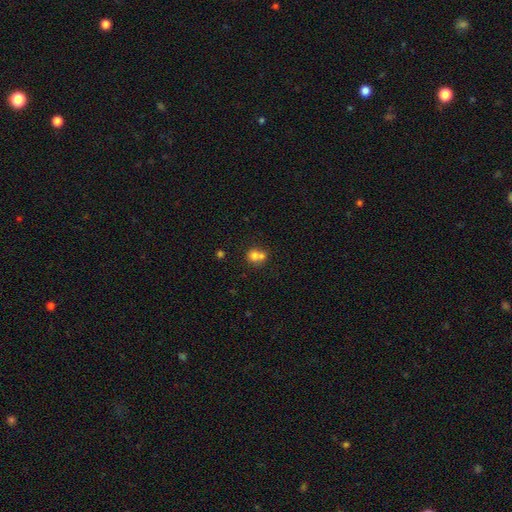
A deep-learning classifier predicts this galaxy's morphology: Smooth or featured?
  - smooth: 72% *
  - featured or disk: 16%
  - star or artifact: 12%
How rounded?
  - round: 76% *
  - in between: 23%
  - cigar-shaped: 1%
Merging?
  - merger: 59% *
  - none: 31%
  - minor disturbance: 7%
  - major disturbance: 3%